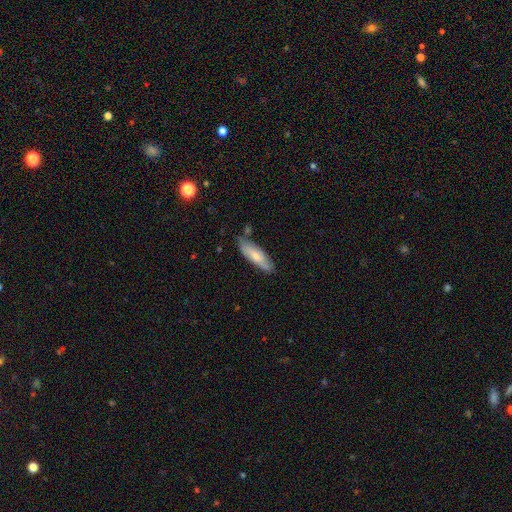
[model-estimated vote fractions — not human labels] A smooth galaxy with no disk features (69%) that is in between round and cigar-shaped (50%).

Vote fractions:
- Smooth or featured? smooth: 69% / featured or disk: 25% / star or artifact: 5%
- How rounded? in between: 50% / cigar-shaped: 48% / round: 2%
- Merging? none: 74% / minor disturbance: 18% / merger: 4% / major disturbance: 3%